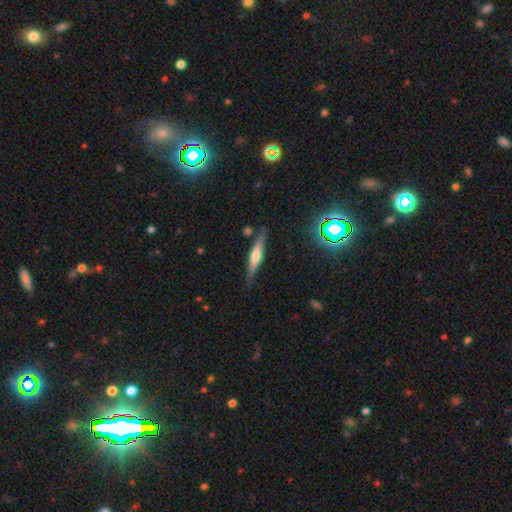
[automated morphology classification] A featured or disk galaxy (57%) viewed edge-on (95%) with a rounded central bulge (80%).

Vote fractions:
- Smooth or featured? featured or disk: 57% / smooth: 35% / star or artifact: 8%
- Edge-on disk? yes: 95% / no: 5%
- Edge-on bulge? rounded: 80% / boxy: 10% / none: 10%
- Merging? none: 82% / minor disturbance: 13% / merger: 3% / major disturbance: 3%